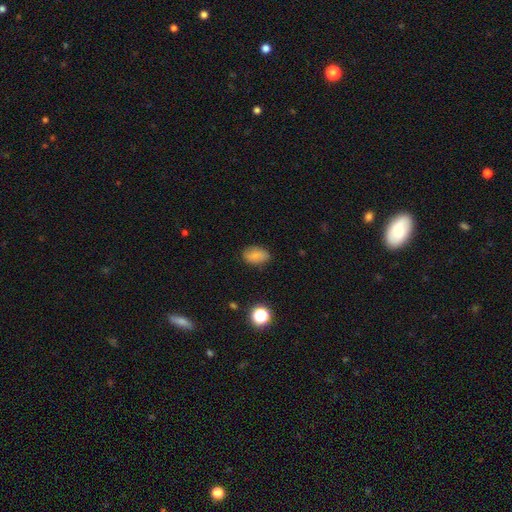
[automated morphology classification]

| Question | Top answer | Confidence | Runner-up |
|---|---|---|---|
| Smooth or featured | smooth | 79% | featured or disk (11%) |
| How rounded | in between | 86% | round (13%) |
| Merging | none | 81% | minor disturbance (14%) |